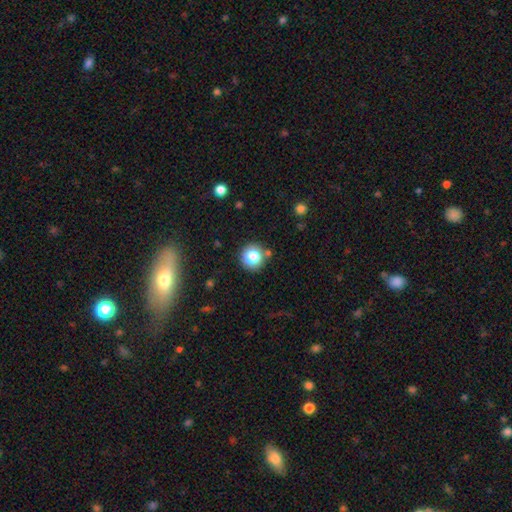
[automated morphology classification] A smooth galaxy with no disk features (79%) that is round (93%).

Vote fractions:
- Smooth or featured? smooth: 79% / star or artifact: 12% / featured or disk: 9%
- How rounded? round: 93% / in between: 6% / cigar-shaped: 1%
- Merging? none: 85% / minor disturbance: 8% / merger: 5% / major disturbance: 2%